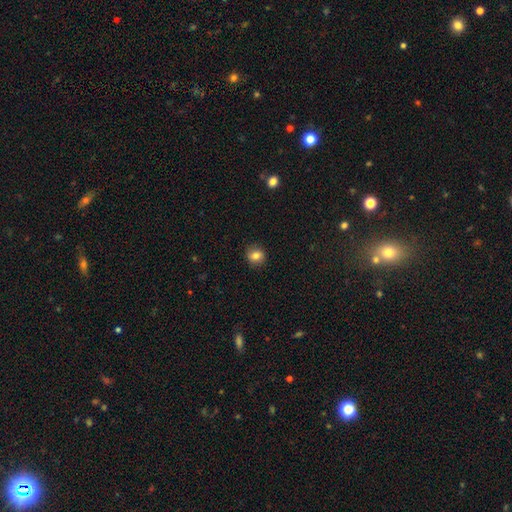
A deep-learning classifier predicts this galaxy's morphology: smooth_or_featured: smooth (p=0.82) [alt: star or artifact p=0.10]
how_rounded: round (p=0.78) [alt: in between p=0.21]
merging: none (p=0.87) [alt: minor disturbance p=0.09]